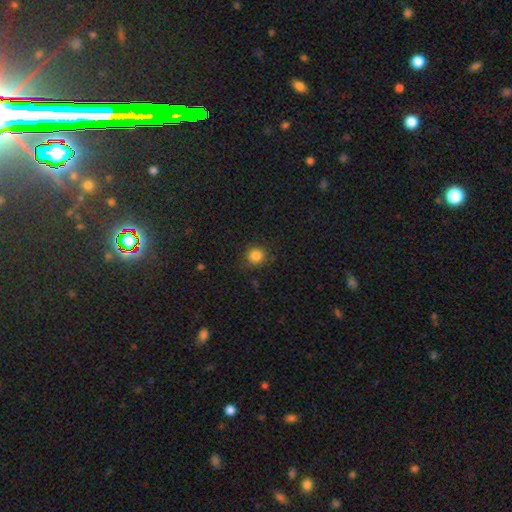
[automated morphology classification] This is clearly a smooth galaxy (84%). How rounded: clearly round (85%). Merging: clearly none (82%).